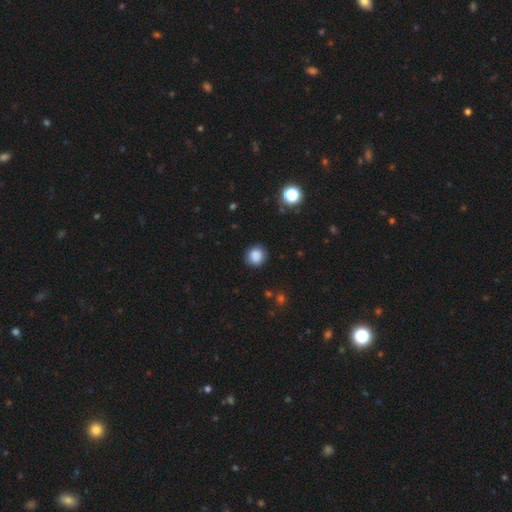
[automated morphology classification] smooth-or-featured: smooth: 84% | star or artifact: 10% | featured or disk: 5%
  how-rounded: round: 83% | in between: 16% | cigar-shaped: 1%
  merging: none: 82% | minor disturbance: 13% | major disturbance: 3% | merger: 2%